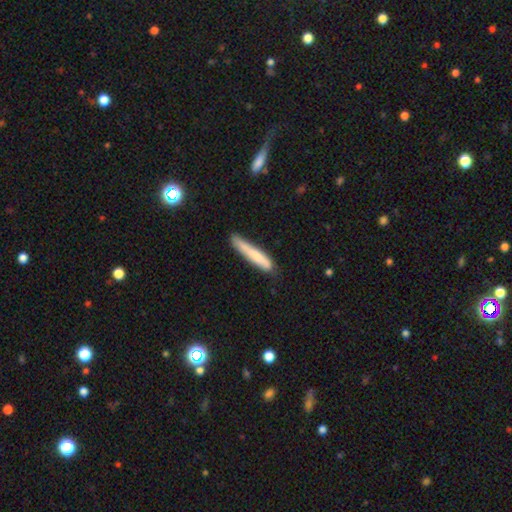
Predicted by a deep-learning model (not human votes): Smooth or featured? smooth (73%)
How rounded? cigar-shaped (93%)
Merging? none (71%)